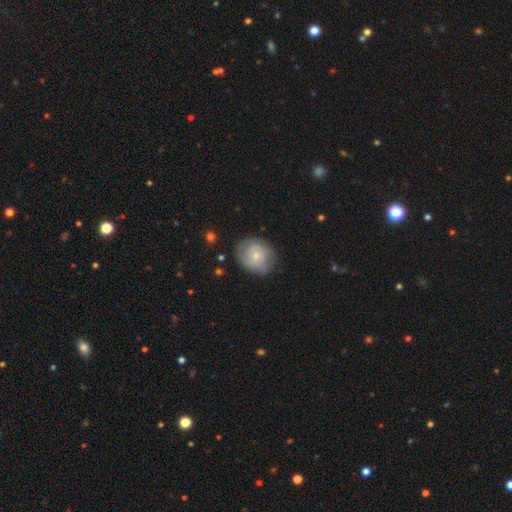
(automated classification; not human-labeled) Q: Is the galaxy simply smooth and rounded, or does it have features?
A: featured or disk — 47%.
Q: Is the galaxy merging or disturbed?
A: none — 75%.